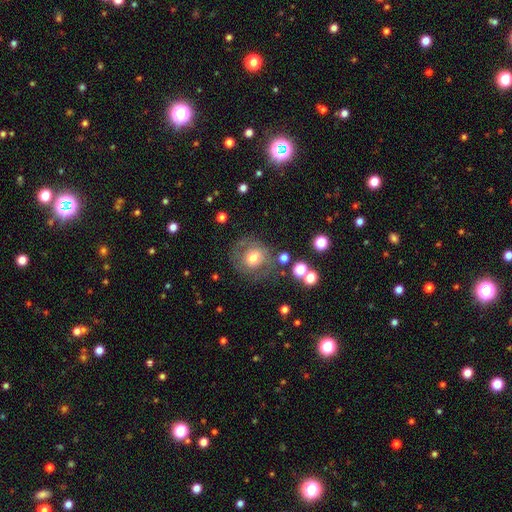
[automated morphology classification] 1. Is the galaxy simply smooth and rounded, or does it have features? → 45% smooth, 40% featured or disk, 15% star or artifact.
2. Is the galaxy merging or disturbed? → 71% none, 15% minor disturbance, 11% major disturbance, 3% merger.